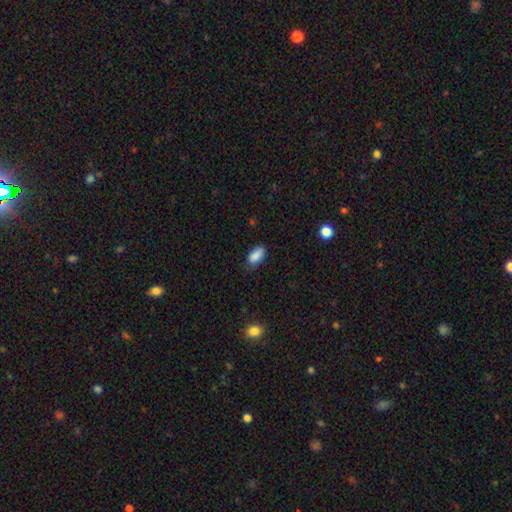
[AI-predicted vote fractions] Morphology: type=smooth (87%); roundness=in between (90%); merging=none (70%).